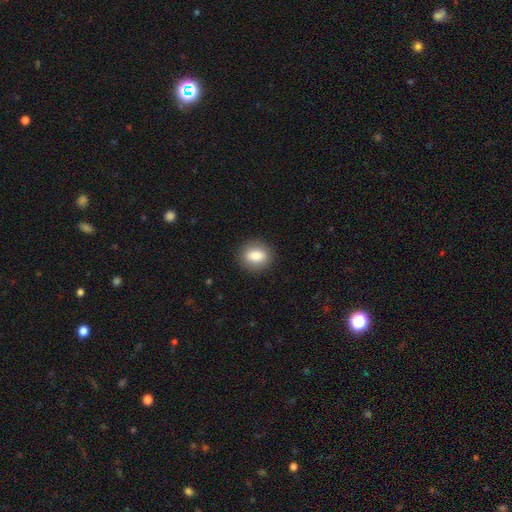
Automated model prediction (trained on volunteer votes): Smooth or featured: smooth — 80% (featured or disk — 11%)
How rounded: round — 59% (in between — 39%)
Merging: none — 89% (minor disturbance — 8%)